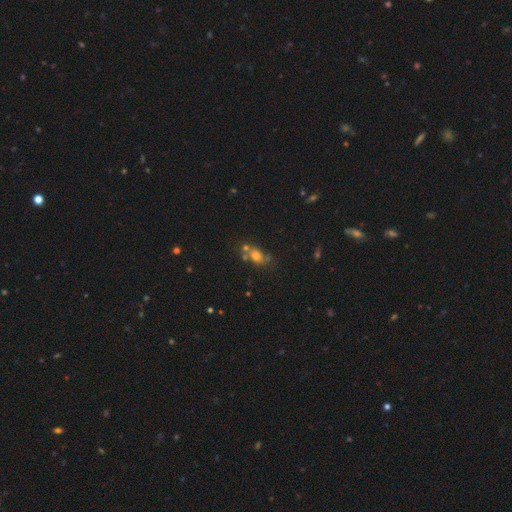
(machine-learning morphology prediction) Smooth or featured? Predicted: smooth (p=0.61). How rounded? Predicted: round (p=0.51). Merging? Predicted: none (p=0.48).